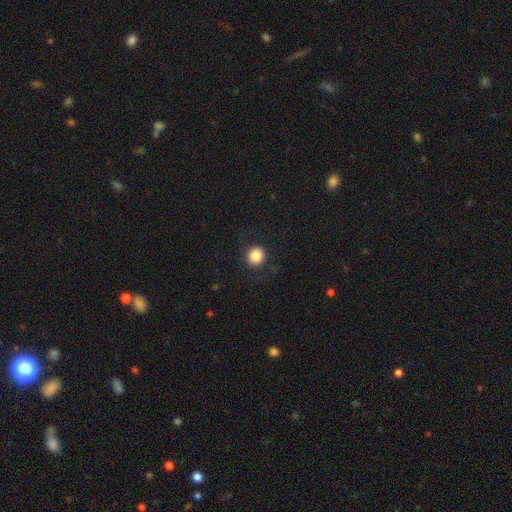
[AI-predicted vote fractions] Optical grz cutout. It shows a smooth galaxy with no disk features (85%) that is round (90%). Merging: none (88%).